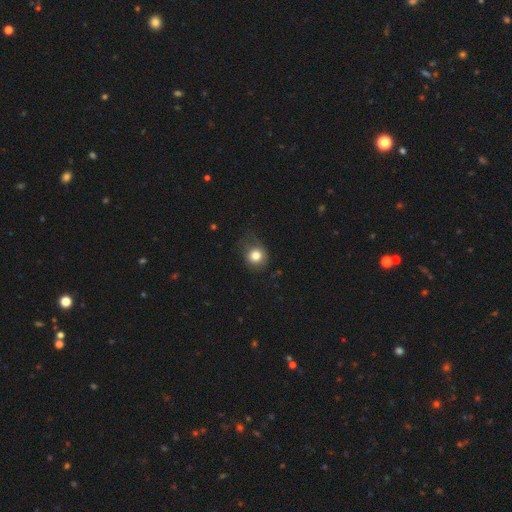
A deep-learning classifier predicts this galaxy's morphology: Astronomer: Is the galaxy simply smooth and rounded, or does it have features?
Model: smooth — 80%.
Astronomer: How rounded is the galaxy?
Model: round — 80%.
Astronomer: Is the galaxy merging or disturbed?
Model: none — 62%.